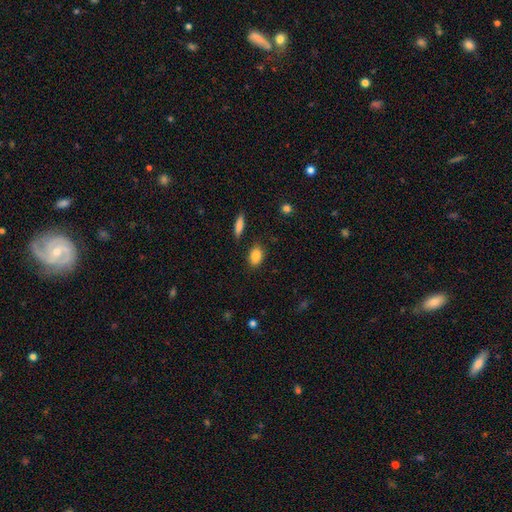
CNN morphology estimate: Smooth or featured? smooth (86%)
How rounded? in between (81%)
Merging? none (85%)